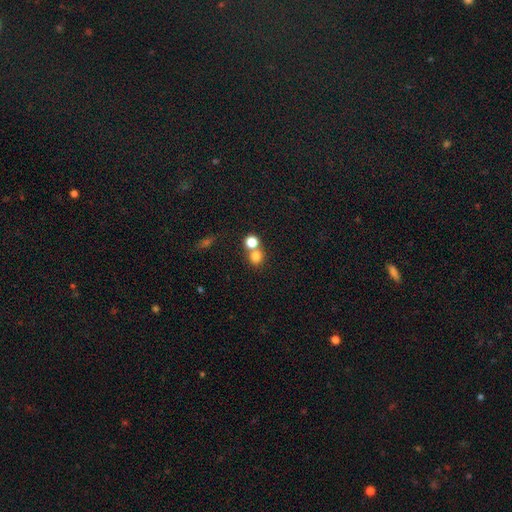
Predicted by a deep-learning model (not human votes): Q: Smooth or featured?
A: smooth (77%); runner-up: star or artifact (14%)
Q: How rounded?
A: round (82%); runner-up: in between (17%)
Q: Merging?
A: none (48%); runner-up: merger (42%)